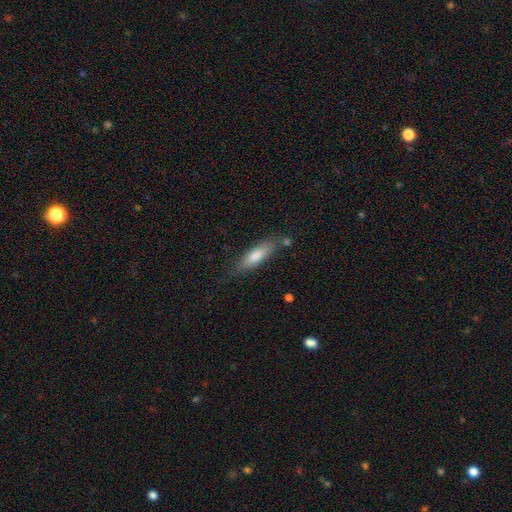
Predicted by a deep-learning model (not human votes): This is likely a smooth galaxy (72%). How rounded: likely cigar-shaped (63%). Merging: likely none (73%).